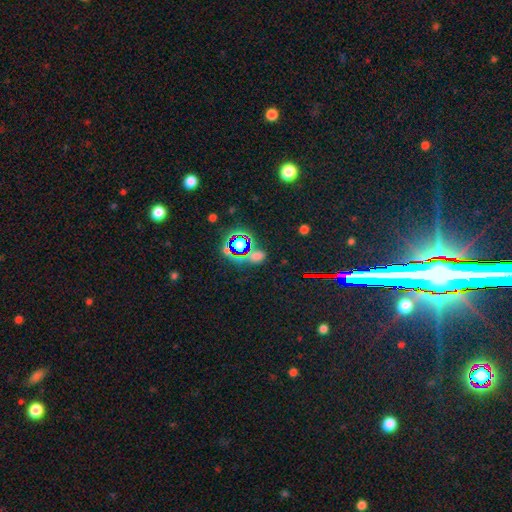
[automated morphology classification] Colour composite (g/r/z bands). It shows a star or artifact, not a galaxy (57%).